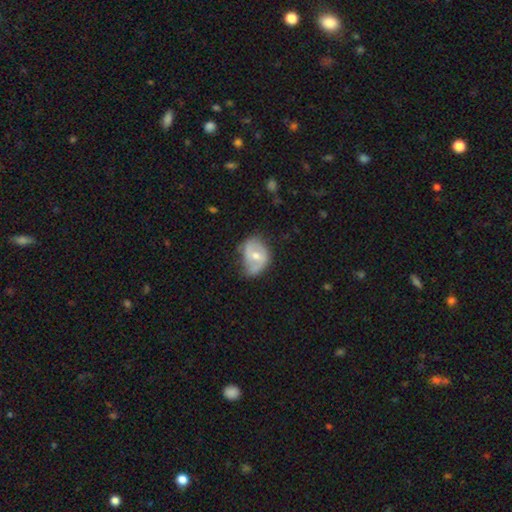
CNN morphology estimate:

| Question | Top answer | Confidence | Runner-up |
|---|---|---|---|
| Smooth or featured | featured or disk | 52% | smooth (42%) |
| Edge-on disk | no | 95% | yes (5%) |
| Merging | none | 42% | minor disturbance (39%) |